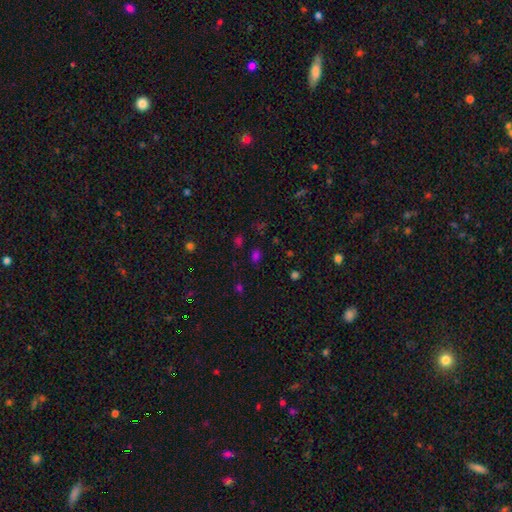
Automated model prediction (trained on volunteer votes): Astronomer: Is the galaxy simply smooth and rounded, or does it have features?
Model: smooth — 65%.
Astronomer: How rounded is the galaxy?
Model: in between — 71%.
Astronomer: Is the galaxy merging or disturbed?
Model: none — 78%.